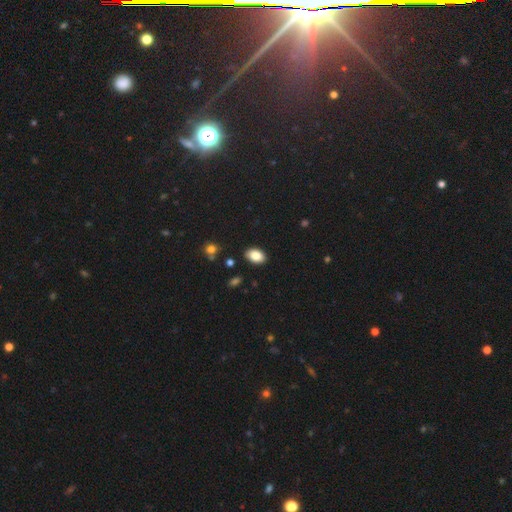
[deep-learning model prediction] Smooth or featured?
  - smooth: 85% *
  - star or artifact: 8%
  - featured or disk: 7%
How rounded?
  - in between: 90% *
  - round: 9%
  - cigar-shaped: 1%
Merging?
  - none: 88% *
  - minor disturbance: 8%
  - major disturbance: 2%
  - merger: 2%